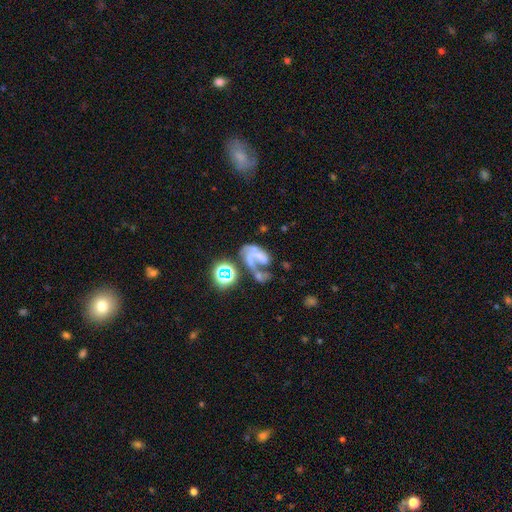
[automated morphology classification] A featured or disk galaxy (62%) with no bar (69%), spiral arms (62%) and no central bulge (57%). Merging: major disturbance (39%).